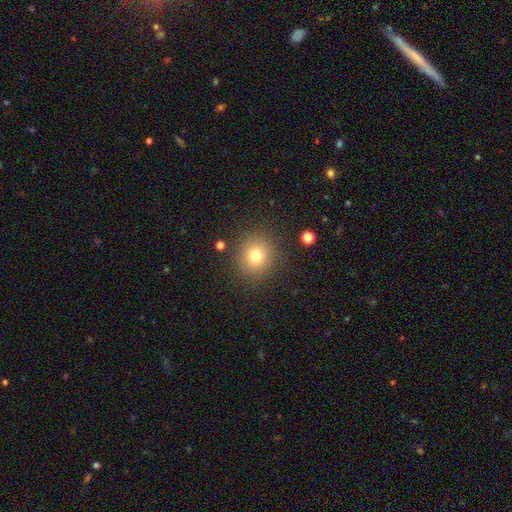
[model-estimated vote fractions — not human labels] Smooth or featured? Predicted: smooth (p=0.76). How rounded? Predicted: round (p=0.90). Merging? Predicted: none (p=0.87).